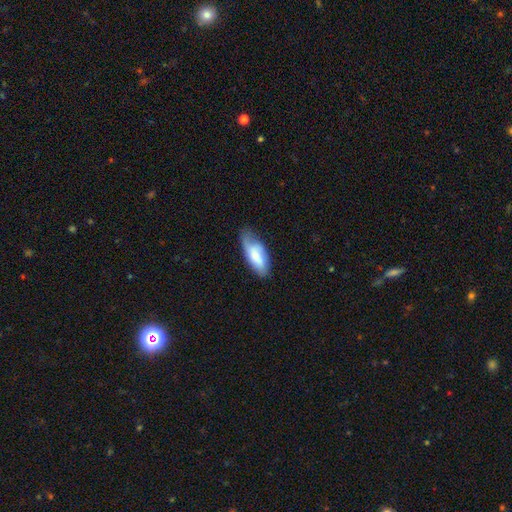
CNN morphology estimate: Smooth or featured? Predicted: smooth (p=0.71). How rounded? Predicted: in between (p=0.83). Merging? Predicted: none (p=0.55).